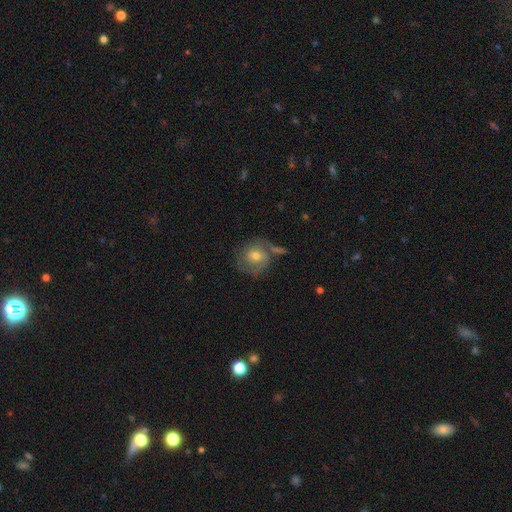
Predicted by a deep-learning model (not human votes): featured or disk 51%, smooth 41%, star or artifact 8%. Down the decision tree: edge-on disk — no (96%); merging — none (51%).